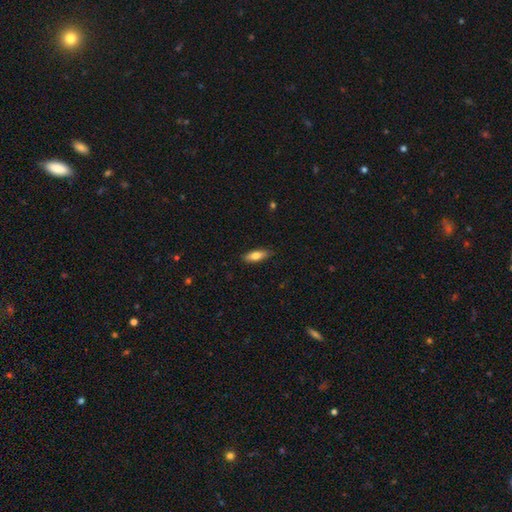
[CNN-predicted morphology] Q: Smooth or featured?
A: smooth (78%); runner-up: featured or disk (15%)
Q: How rounded?
A: in between (63%); runner-up: cigar-shaped (35%)
Q: Merging?
A: none (85%); runner-up: minor disturbance (11%)